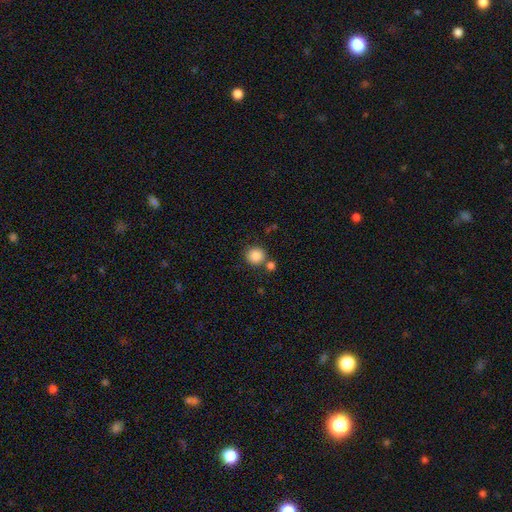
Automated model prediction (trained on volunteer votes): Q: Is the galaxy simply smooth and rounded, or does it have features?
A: smooth — 86%.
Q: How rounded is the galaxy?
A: round — 92%.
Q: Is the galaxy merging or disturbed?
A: none — 74%.